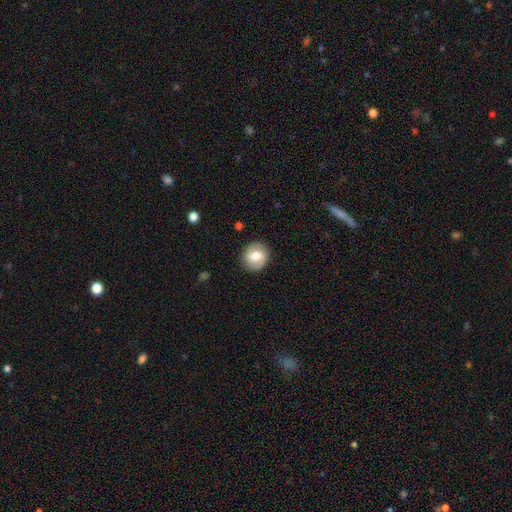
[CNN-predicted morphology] Overall: smooth (53%; featured or disk 39%). How rounded: round (82%). Merging: none (86%).